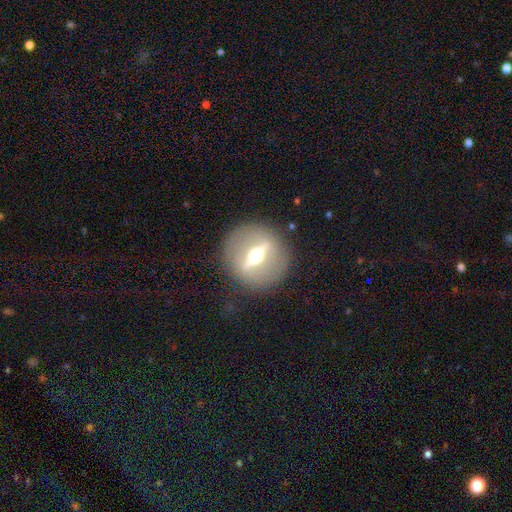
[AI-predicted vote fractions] Smooth or featured? featured or disk (79%)
Edge-on disk? yes (58%)
Merging? none (87%)